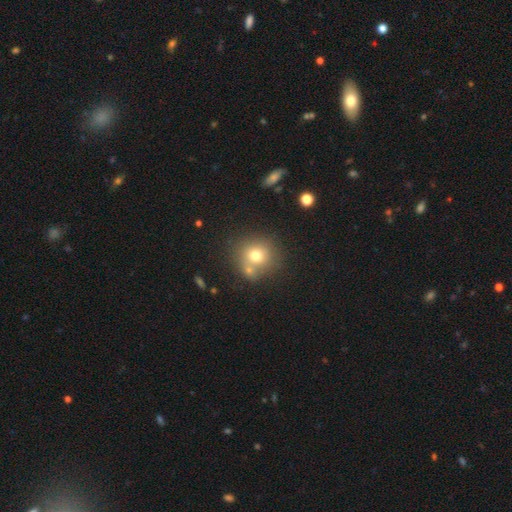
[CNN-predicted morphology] This appears to be a smooth galaxy with no disk features (71%) that is round (89%). Merging: none (62%).